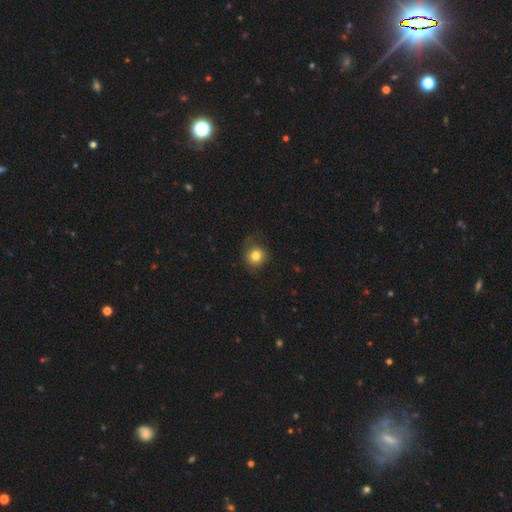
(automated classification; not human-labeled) Smooth or featured? Predicted: smooth (p=0.82). How rounded? Predicted: round (p=0.86). Merging? Predicted: none (p=0.77).